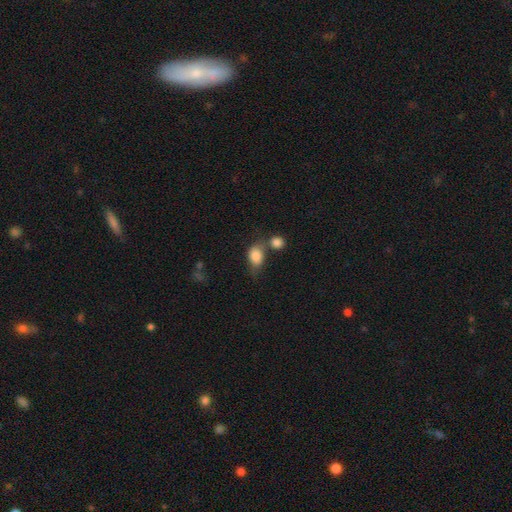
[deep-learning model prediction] This is clearly a smooth galaxy (85%). How rounded: likely in between (76%). Merging: marginally none (38%).